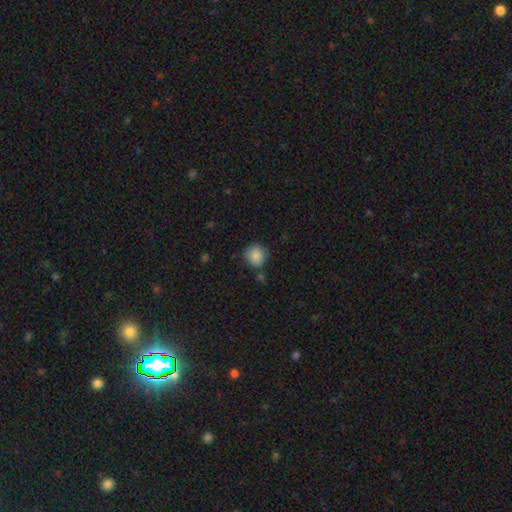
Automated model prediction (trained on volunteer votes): smooth 87%, star or artifact 9%, featured or disk 5%. Down the decision tree: how rounded — round (87%); merging — none (77%).